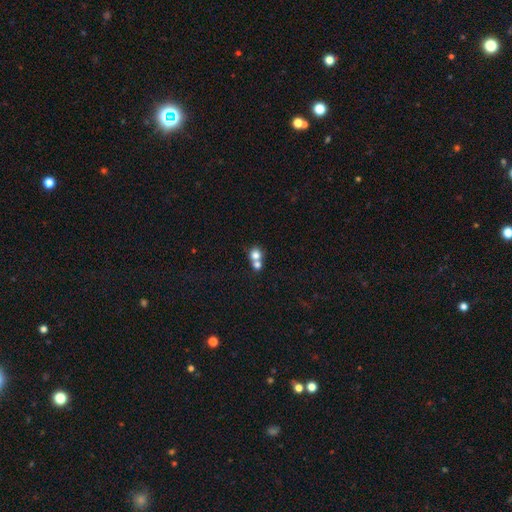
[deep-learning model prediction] Q: Smooth or featured?
A: smooth (77%); runner-up: featured or disk (12%)
Q: How rounded?
A: round (77%); runner-up: in between (22%)
Q: Merging?
A: merger (58%); runner-up: none (34%)